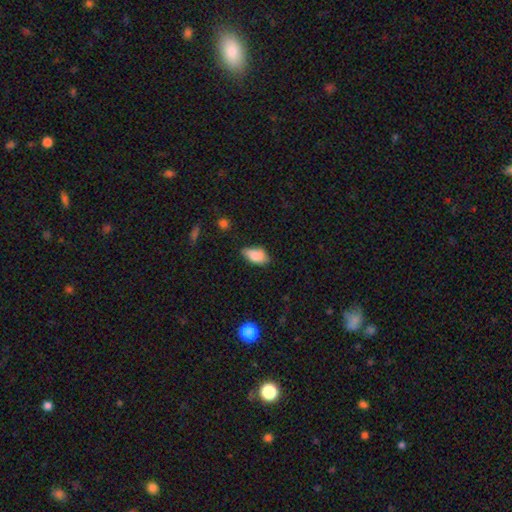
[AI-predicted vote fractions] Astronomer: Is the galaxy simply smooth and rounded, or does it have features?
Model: smooth — 80%.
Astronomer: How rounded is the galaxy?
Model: in between — 90%.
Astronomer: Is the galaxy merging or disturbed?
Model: none — 57% (runner-up: minor disturbance, 34%).